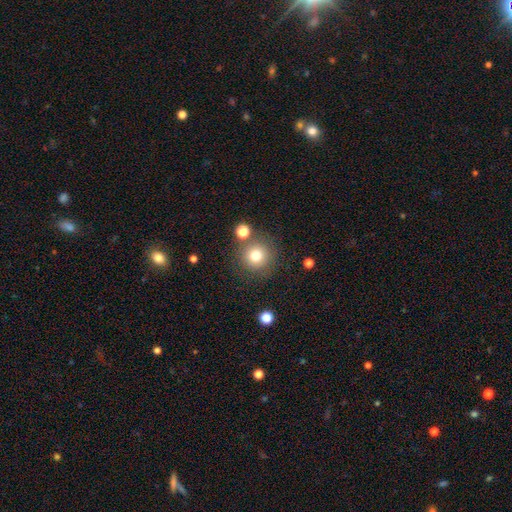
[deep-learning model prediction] Overall: smooth (77%). How rounded: round (95%). Merging: none (80%).